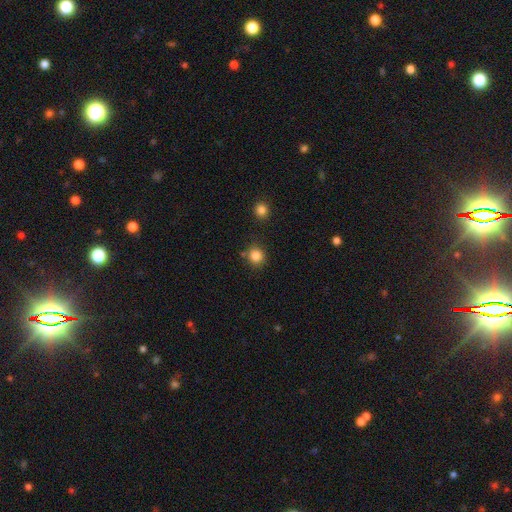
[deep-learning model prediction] A smooth galaxy with no disk features (84%) that is round (89%).

Vote fractions:
- Smooth or featured? smooth: 84% / star or artifact: 12% / featured or disk: 4%
- How rounded? round: 89% / in between: 10% / cigar-shaped: 1%
- Merging? none: 79% / minor disturbance: 11% / merger: 7% / major disturbance: 3%